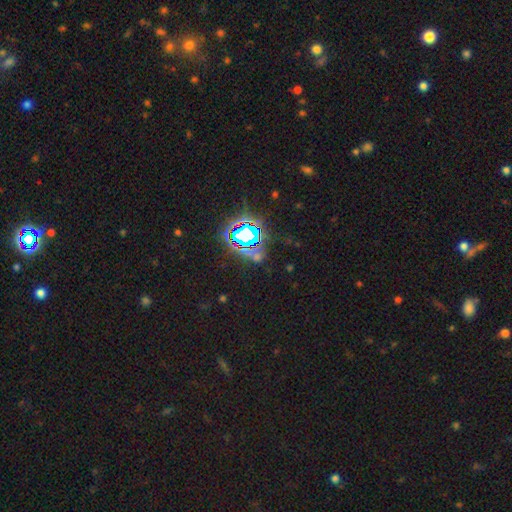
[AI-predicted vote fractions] Smooth or featured? Predicted: star or artifact (p=0.73).